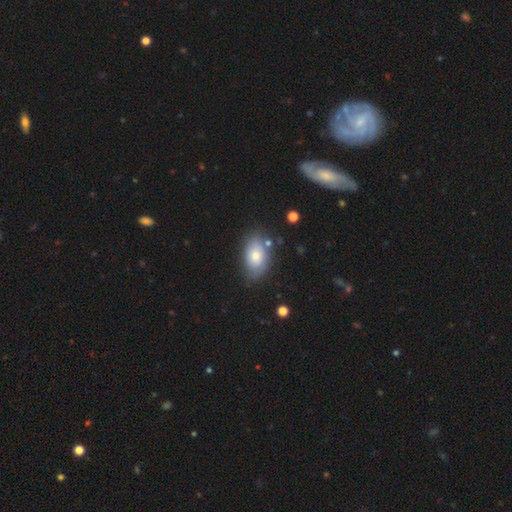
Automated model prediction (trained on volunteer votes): smooth-or-featured: smooth: 70% | featured or disk: 22% | star or artifact: 8%
  how-rounded: in between: 89% | round: 9% | cigar-shaped: 1%
  merging: none: 72% | minor disturbance: 18% | major disturbance: 5% | merger: 5%